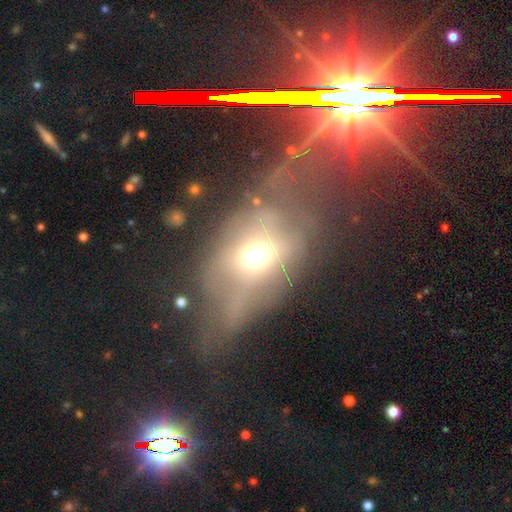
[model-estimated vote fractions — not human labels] Smooth or featured? smooth (49%)
Merging? major disturbance (43%)